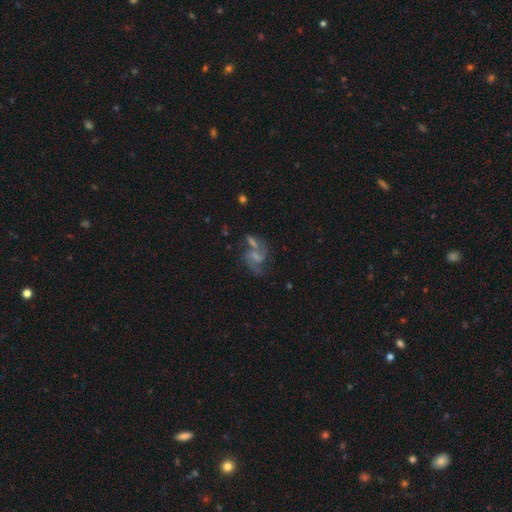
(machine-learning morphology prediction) Overall: featured or disk (65%). Edge-on disk: no (97%). Bar: weak (43%; no 42%). Spiral arms: yes (81%). Spiral arm count: 2 (74%). Spiral winding: loose (53%; medium 37%). Bulge size: none (40%; small 32%). Merging: none (33%; merger 30%).